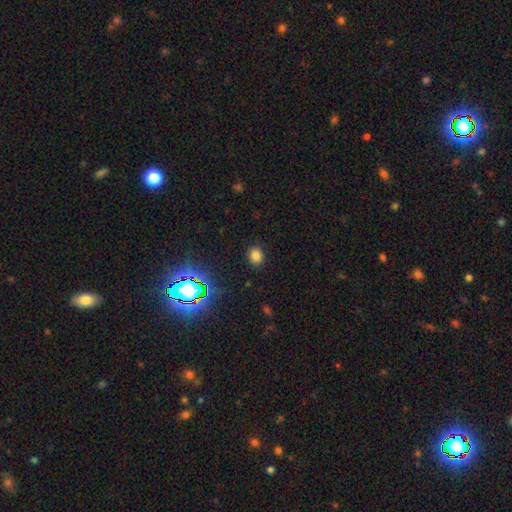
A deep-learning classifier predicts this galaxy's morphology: The model was most divided on "how rounded": round: 56%, in between: 43%, cigar-shaped: 1%. More confident: merging — none (88%); smooth or featured — smooth (78%).